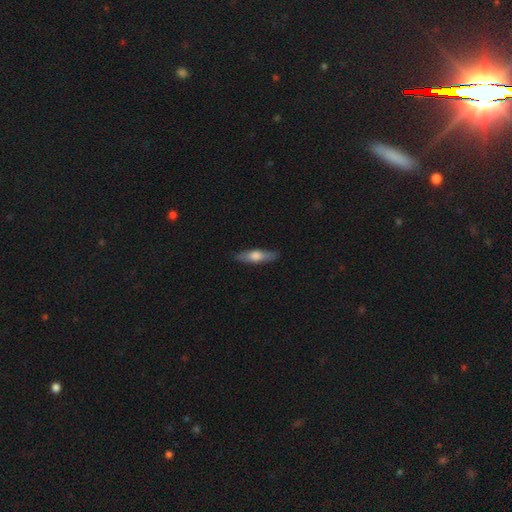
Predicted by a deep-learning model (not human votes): smooth-or-featured: smooth: 58% | featured or disk: 37% | star or artifact: 5%
  how-rounded: cigar-shaped: 66% | in between: 32% | round: 2%
  merging: none: 87% | minor disturbance: 10% | major disturbance: 2% | merger: 1%